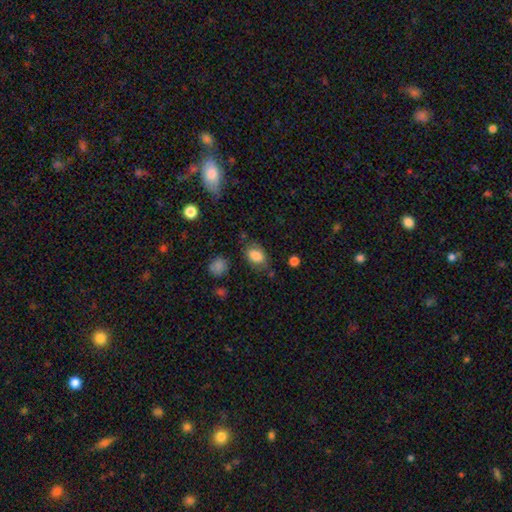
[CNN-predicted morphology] smooth-or-featured: smooth: 82% | featured or disk: 9% | star or artifact: 9%
  how-rounded: in between: 83% | round: 16% | cigar-shaped: 1%
  merging: none: 72% | minor disturbance: 19% | major disturbance: 6% | merger: 4%